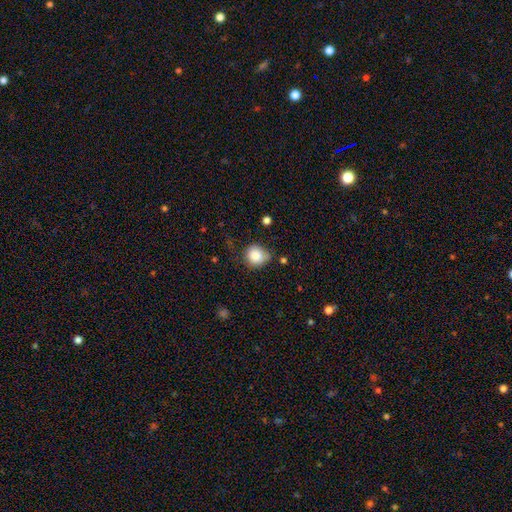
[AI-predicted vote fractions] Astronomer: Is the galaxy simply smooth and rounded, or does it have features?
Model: smooth — 86%.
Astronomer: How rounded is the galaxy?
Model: round — 82%.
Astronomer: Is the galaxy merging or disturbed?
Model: none — 56%.